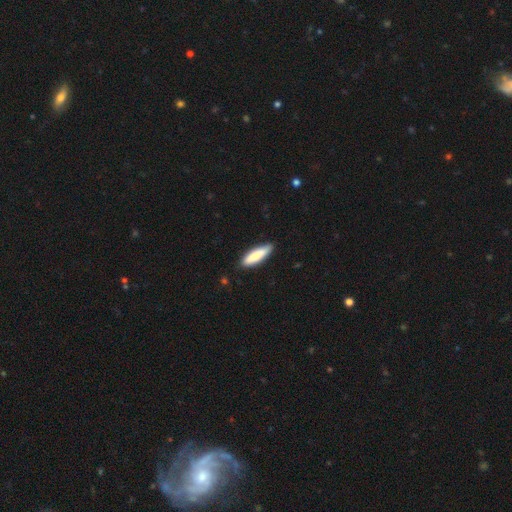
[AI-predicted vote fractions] The model was most divided on "how rounded": cigar-shaped: 63%, in between: 35%, round: 1%. More confident: merging — none (86%); smooth or featured — smooth (83%).